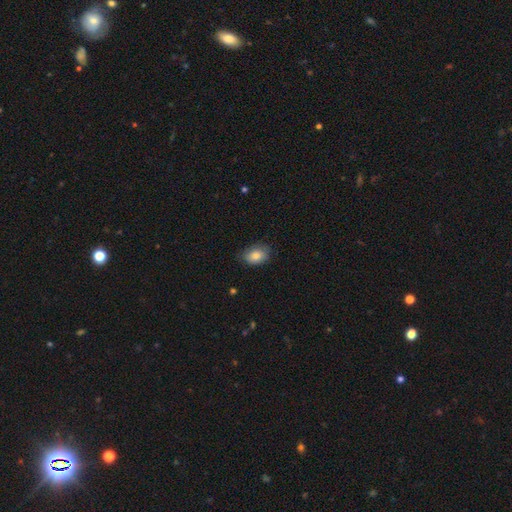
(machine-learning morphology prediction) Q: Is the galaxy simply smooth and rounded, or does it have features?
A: smooth — 84%.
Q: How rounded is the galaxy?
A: in between — 79%.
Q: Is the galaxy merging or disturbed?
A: none — 78%.